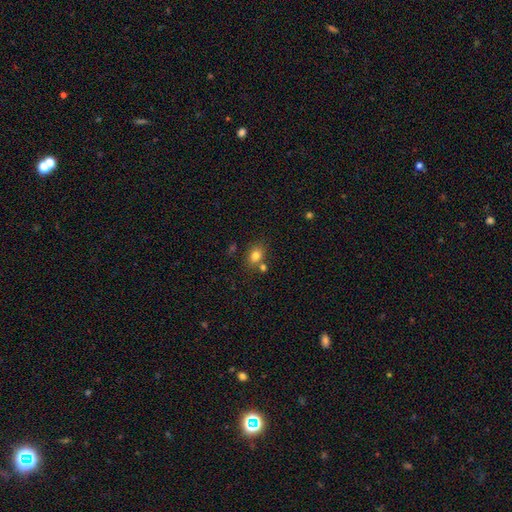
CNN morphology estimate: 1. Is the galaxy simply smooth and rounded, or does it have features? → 79% smooth, 11% star or artifact, 9% featured or disk.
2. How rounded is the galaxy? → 61% in between, 38% round, 1% cigar-shaped.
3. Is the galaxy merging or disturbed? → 66% none, 18% merger, 13% minor disturbance, 4% major disturbance.